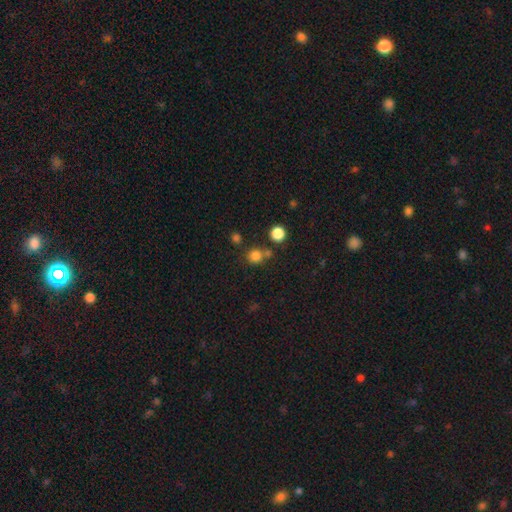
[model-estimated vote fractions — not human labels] Overall: smooth (78%). How rounded: round (89%). Merging: none (68%).